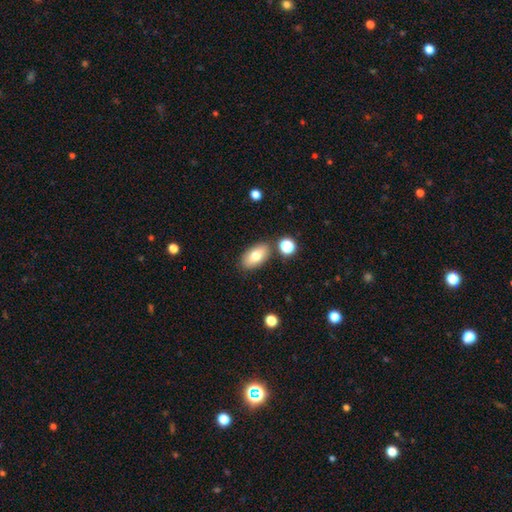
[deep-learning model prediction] Overall: smooth (76%). How rounded: in between (91%). Merging: none (82%).